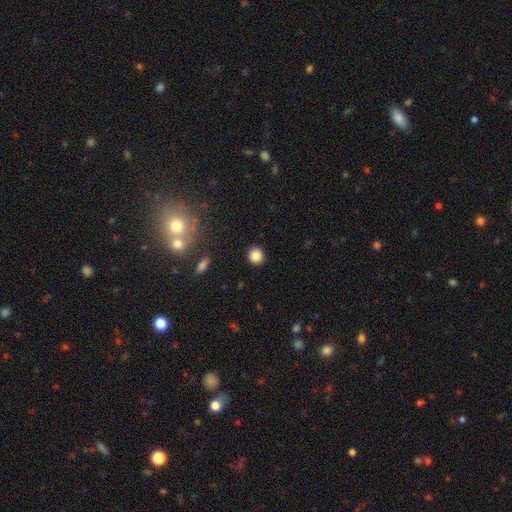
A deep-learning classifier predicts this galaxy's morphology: This appears to be a smooth galaxy with no disk features (85%) that is round (86%). Merging: none (91%).